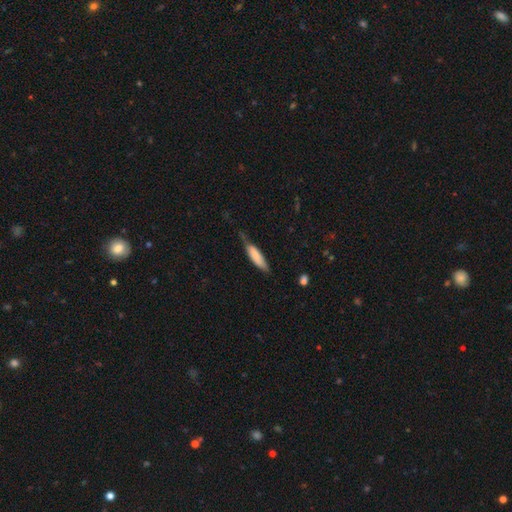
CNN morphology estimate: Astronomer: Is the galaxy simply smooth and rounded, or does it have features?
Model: smooth — 79%.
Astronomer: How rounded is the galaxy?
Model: cigar-shaped — 64%.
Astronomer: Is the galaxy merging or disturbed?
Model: none — 45% (runner-up: minor disturbance, 39%).